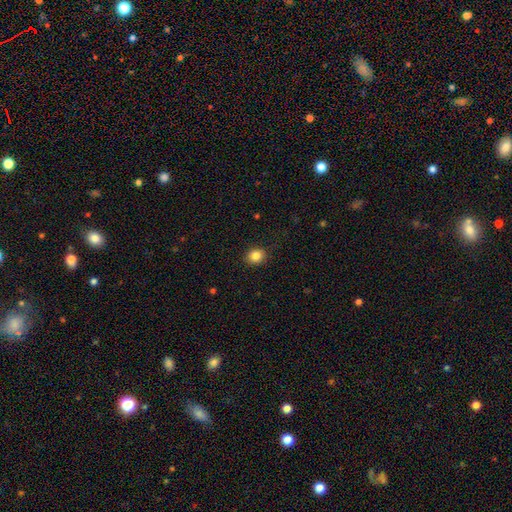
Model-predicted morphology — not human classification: Smooth or featured? smooth (85%)
How rounded? round (68%)
Merging? none (90%)